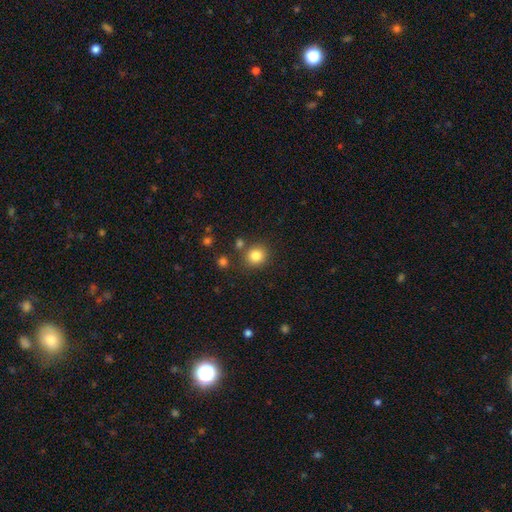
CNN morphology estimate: A smooth galaxy with no disk features (83%) that is round (86%).

Vote fractions:
- Smooth or featured? smooth: 83% / star or artifact: 11% / featured or disk: 6%
- How rounded? round: 86% / in between: 13% / cigar-shaped: 1%
- Merging? none: 81% / minor disturbance: 9% / merger: 7% / major disturbance: 3%